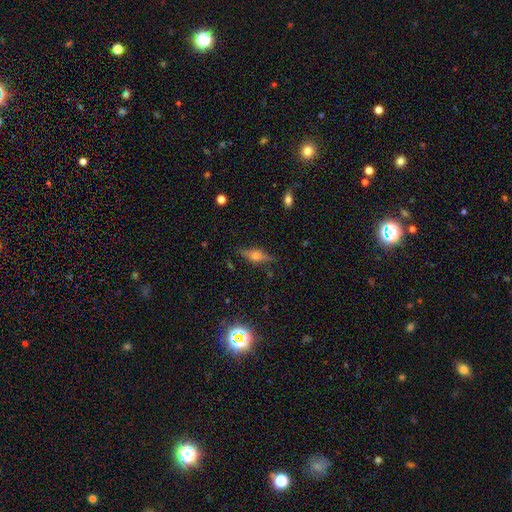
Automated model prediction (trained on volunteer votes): Q: Smooth or featured?
A: featured or disk (61%); runner-up: smooth (28%)
Q: Edge-on disk?
A: yes (93%); runner-up: no (7%)
Q: Edge-on bulge?
A: rounded (88%); runner-up: boxy (10%)
Q: Merging?
A: none (82%); runner-up: minor disturbance (13%)